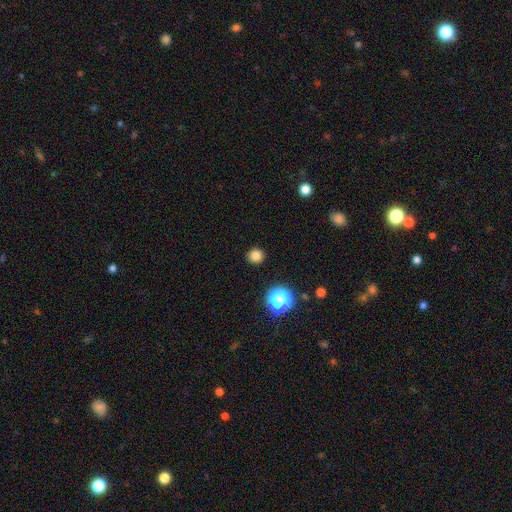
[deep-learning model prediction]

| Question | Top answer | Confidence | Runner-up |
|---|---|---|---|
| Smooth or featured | smooth | 81% | star or artifact (14%) |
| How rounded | round | 93% | in between (6%) |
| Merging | none | 92% | minor disturbance (5%) |